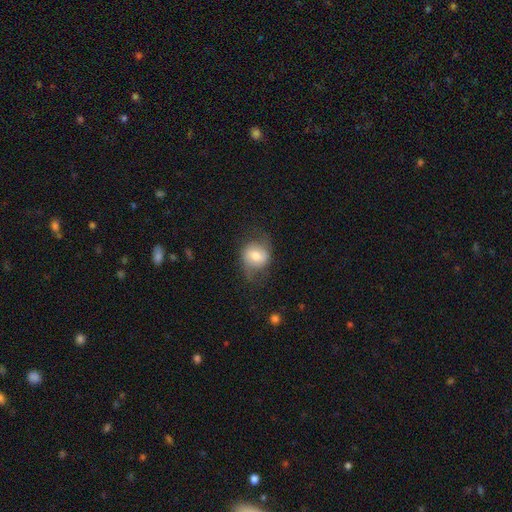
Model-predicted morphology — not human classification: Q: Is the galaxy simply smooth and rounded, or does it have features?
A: smooth — 51%.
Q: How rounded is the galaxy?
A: round — 69%.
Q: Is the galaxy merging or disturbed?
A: none — 60%.